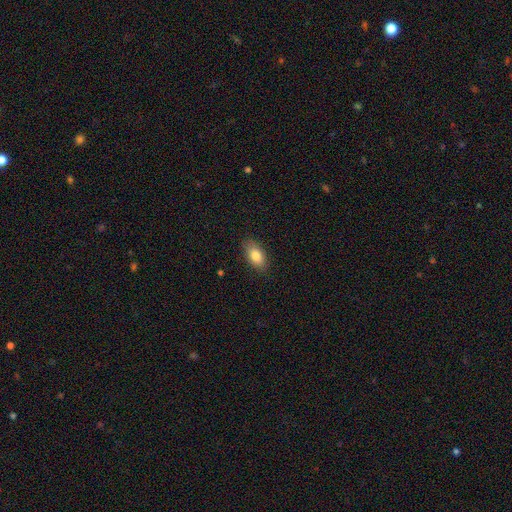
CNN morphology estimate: Smooth or featured: smooth — 83% (featured or disk — 10%)
How rounded: in between — 91% (round — 5%)
Merging: none — 86% (minor disturbance — 11%)